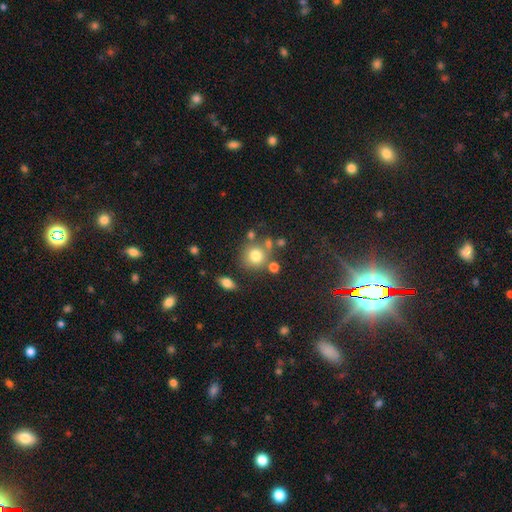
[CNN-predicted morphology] smooth_or_featured: smooth (p=0.76) [alt: star or artifact p=0.13]
how_rounded: round (p=0.87) [alt: in between p=0.12]
merging: none (p=0.67) [alt: merger p=0.15]